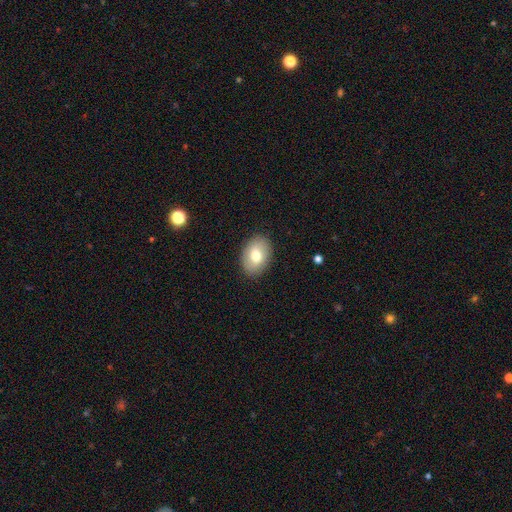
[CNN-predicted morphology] Overall: smooth (74%). How rounded: in between (80%). Merging: none (88%).